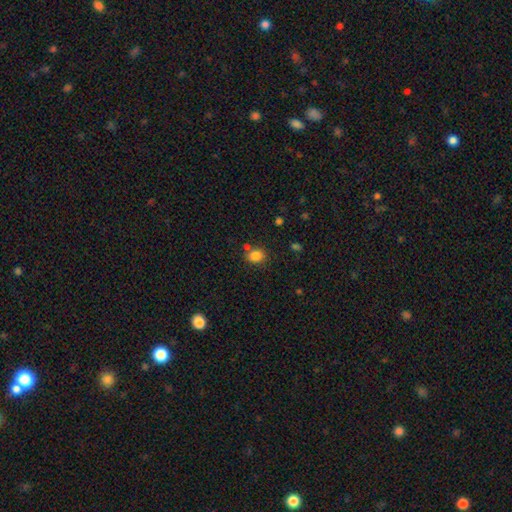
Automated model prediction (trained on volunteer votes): Smooth or featured? Predicted: smooth (p=0.83). How rounded? Predicted: round (p=0.58). Merging? Predicted: none (p=0.69).